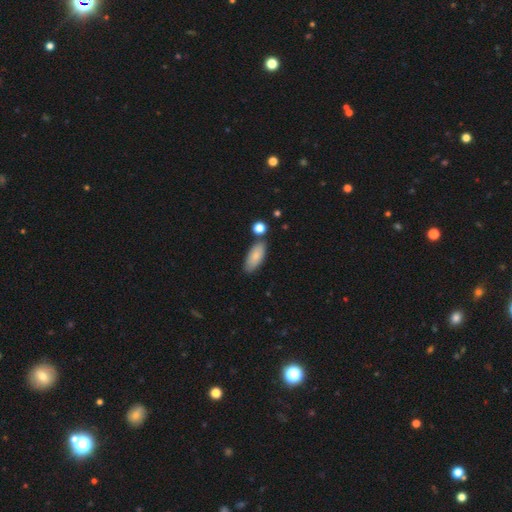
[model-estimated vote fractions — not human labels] Smooth or featured? smooth (80%)
How rounded? in between (81%)
Merging? none (76%)